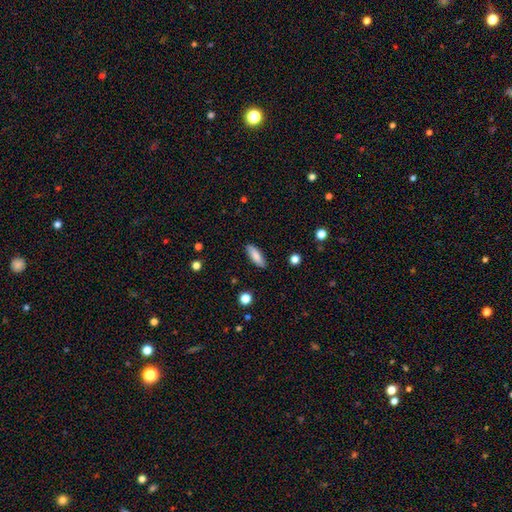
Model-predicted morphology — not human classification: Q: Smooth or featured?
A: smooth (82%); runner-up: featured or disk (12%)
Q: How rounded?
A: in between (56%); runner-up: cigar-shaped (42%)
Q: Merging?
A: none (88%); runner-up: minor disturbance (9%)